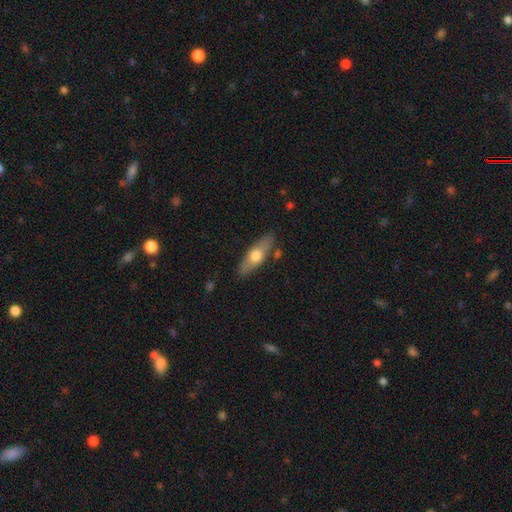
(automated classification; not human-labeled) A smooth galaxy with no disk features (56%) that is in between round and cigar-shaped (51%).

Vote fractions:
- Smooth or featured? smooth: 56% / featured or disk: 38% / star or artifact: 6%
- How rounded? in between: 51% / cigar-shaped: 46% / round: 3%
- Merging? none: 82% / minor disturbance: 12% / merger: 4% / major disturbance: 3%